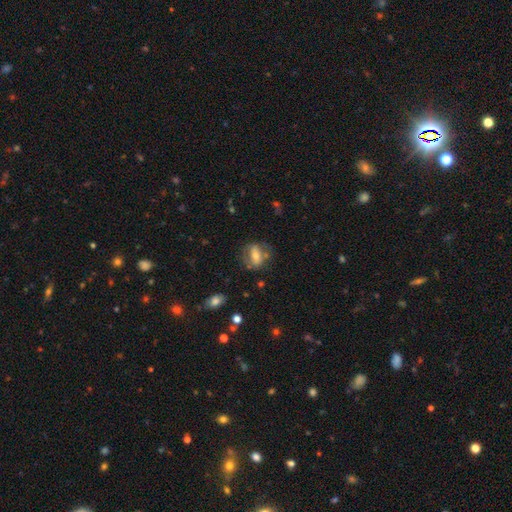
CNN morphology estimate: type=smooth (48%); merging=none (63%).